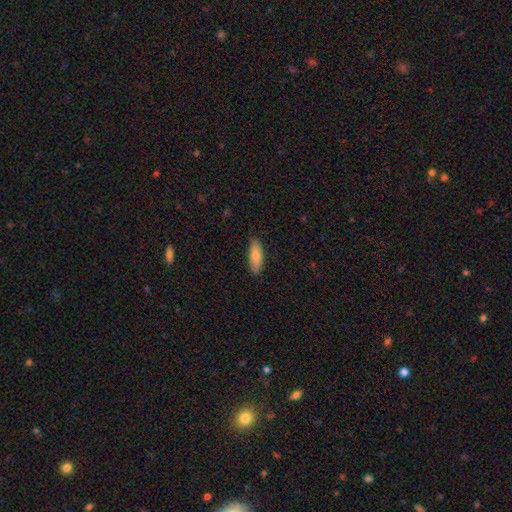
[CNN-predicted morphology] Q: Smooth or featured?
A: smooth (78%); runner-up: featured or disk (16%)
Q: How rounded?
A: in between (58%); runner-up: cigar-shaped (40%)
Q: Merging?
A: none (88%); runner-up: minor disturbance (9%)